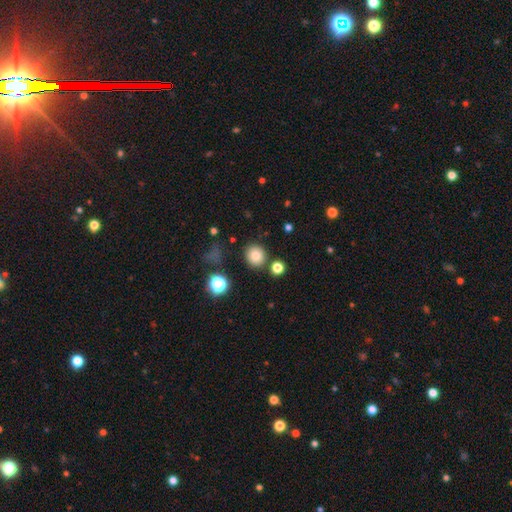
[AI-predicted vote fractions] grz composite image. It shows a smooth galaxy with no disk features (80%) that is round (86%). Merging: none (84%).